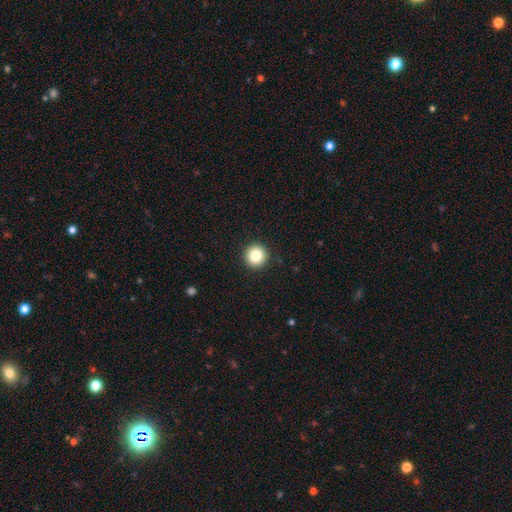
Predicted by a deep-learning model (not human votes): smooth_or_featured: smooth (p=0.83) [alt: star or artifact p=0.10]
how_rounded: round (p=0.96) [alt: in between p=0.03]
merging: none (p=0.93) [alt: minor disturbance p=0.04]